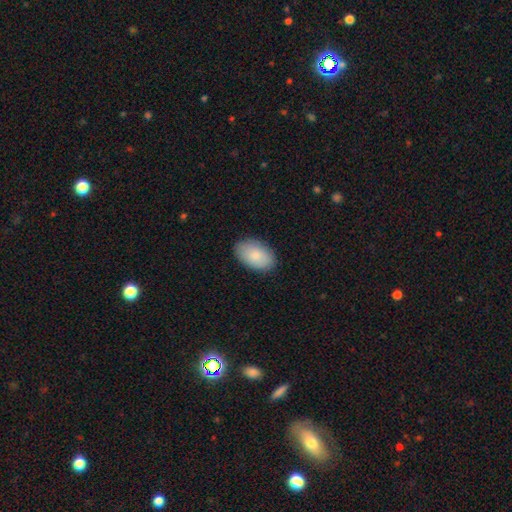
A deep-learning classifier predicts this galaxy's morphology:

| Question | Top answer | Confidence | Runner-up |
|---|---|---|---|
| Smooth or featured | smooth | 87% | featured or disk (8%) |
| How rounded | in between | 93% | round (6%) |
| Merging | none | 87% | minor disturbance (10%) |